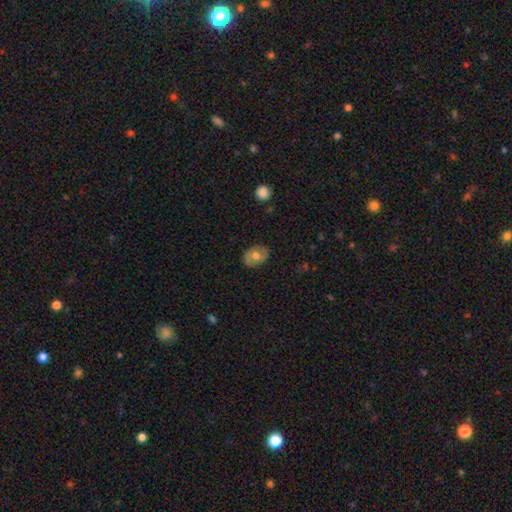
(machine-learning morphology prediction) Smooth or featured? smooth (52%)
How rounded? in between (72%)
Merging? none (80%)